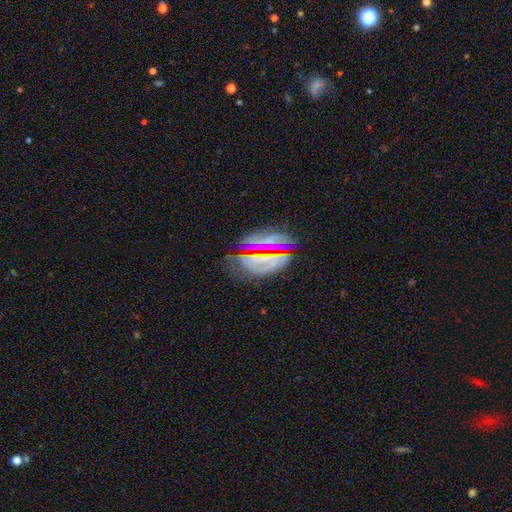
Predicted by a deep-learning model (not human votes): Morphology: type=featured or disk (41%); merging=none (59%).